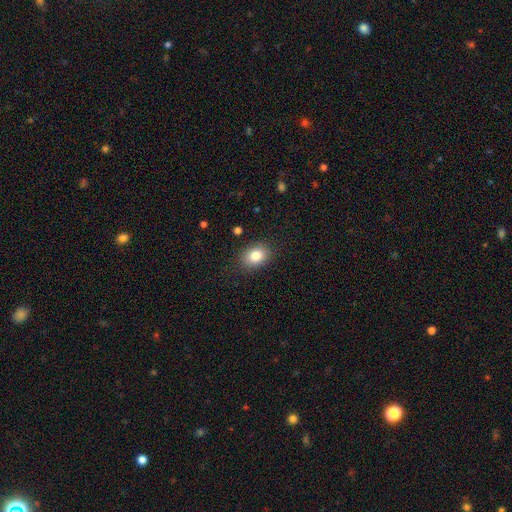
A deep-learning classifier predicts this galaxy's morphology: Q: Smooth or featured?
A: smooth (83%); runner-up: star or artifact (9%)
Q: How rounded?
A: in between (69%); runner-up: round (30%)
Q: Merging?
A: none (86%); runner-up: minor disturbance (10%)